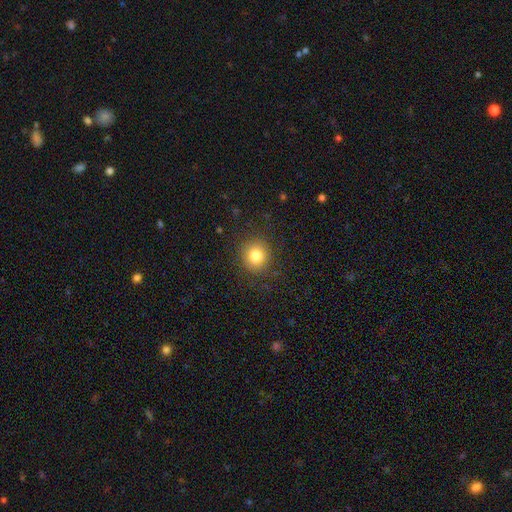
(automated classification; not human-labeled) Smooth or featured?
  - smooth: 82% *
  - star or artifact: 12%
  - featured or disk: 7%
How rounded?
  - round: 88% *
  - in between: 11%
  - cigar-shaped: 1%
Merging?
  - none: 88% *
  - minor disturbance: 8%
  - major disturbance: 3%
  - merger: 1%